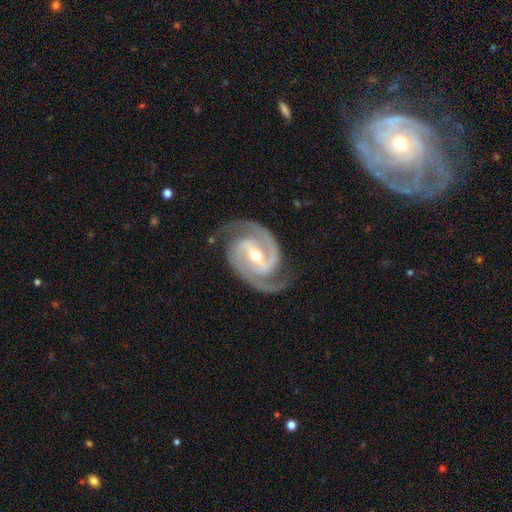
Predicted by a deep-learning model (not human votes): The model was most divided on "spiral winding": medium: 50%, tight: 45%, loose: 6%. More confident: spiral arms — yes (99%); edge-on disk — no (98%); smooth or featured — featured or disk (94%); spiral arm count — 2 (93%); merging — none (84%); bar — strong (55%); bulge size — moderate (53%).